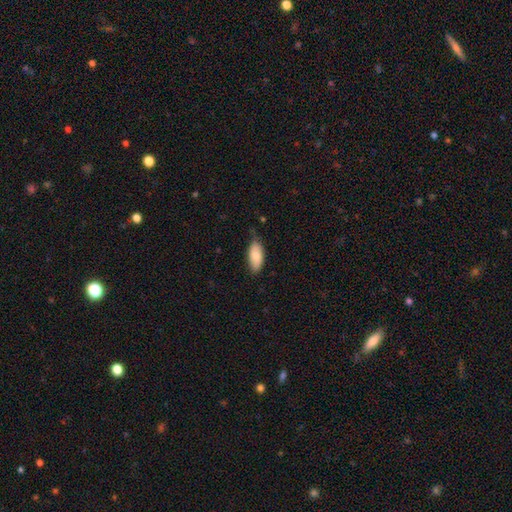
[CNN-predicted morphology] The model was most divided on "merging": none: 67%, minor disturbance: 28%, major disturbance: 4%, merger: 2%. More confident: how rounded — in between (88%); smooth or featured — smooth (83%).